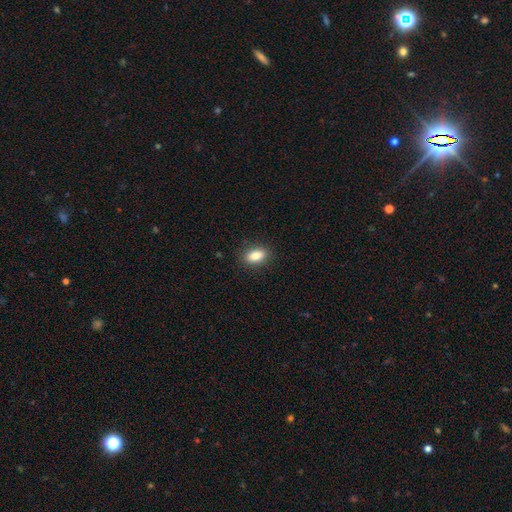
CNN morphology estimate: This is clearly a smooth galaxy (85%). How rounded: clearly in between (86%). Merging: clearly none (88%).